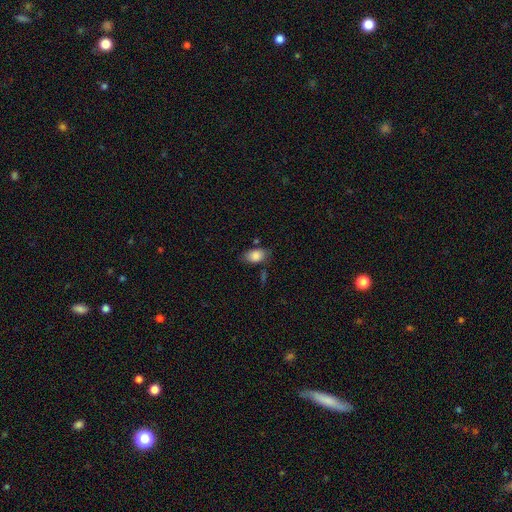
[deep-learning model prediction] The model was most divided on "merging": none: 68%, minor disturbance: 21%, merger: 6%, major disturbance: 5%. More confident: how rounded — in between (88%); smooth or featured — smooth (85%).